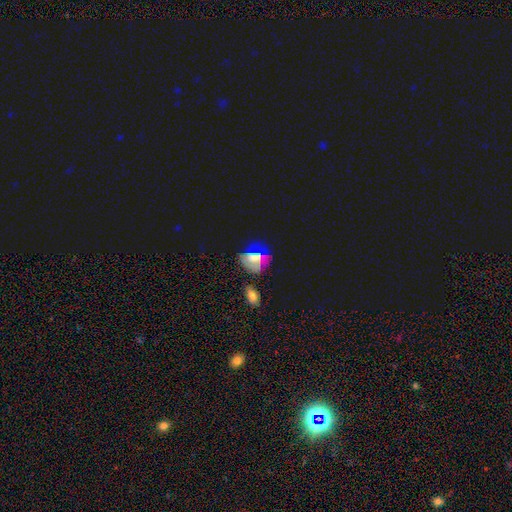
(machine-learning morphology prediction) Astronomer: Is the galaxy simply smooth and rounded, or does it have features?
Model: star or artifact — 40% (runner-up: smooth, 36%).